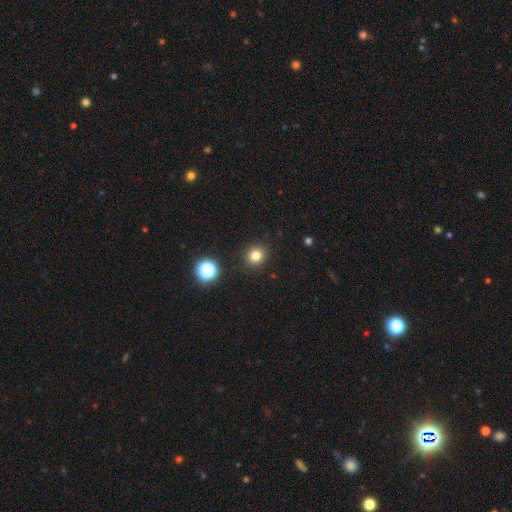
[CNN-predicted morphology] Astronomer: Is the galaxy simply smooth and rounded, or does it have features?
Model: smooth — 79%.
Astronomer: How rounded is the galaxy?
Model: round — 86%.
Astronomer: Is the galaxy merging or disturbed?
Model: none — 91%.